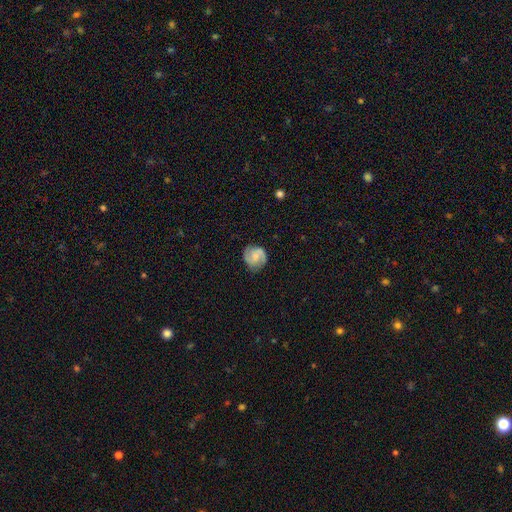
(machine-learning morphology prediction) The model was most divided on "bar": no: 49%, weak: 42%, strong: 9%. Remaining: edge-on disk — no (98%); spiral arms — yes (95%); spiral arm count — 2 (89%); merging — none (81%); smooth or featured — featured or disk (73%); spiral winding — medium (48%); bulge size — small (43%).